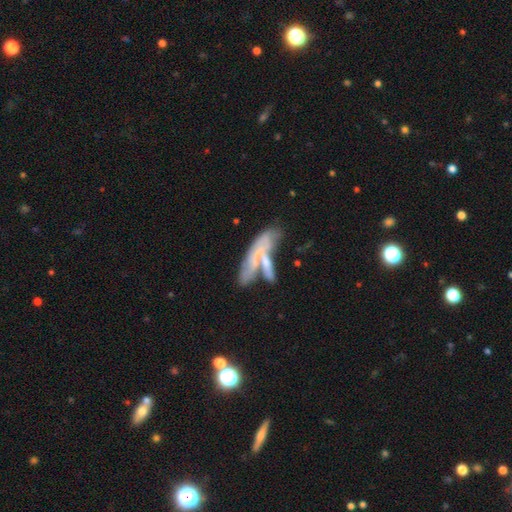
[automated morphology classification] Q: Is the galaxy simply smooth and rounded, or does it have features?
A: featured or disk — 54%.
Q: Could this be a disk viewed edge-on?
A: no — 63%.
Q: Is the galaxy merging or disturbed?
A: merger — 46%.